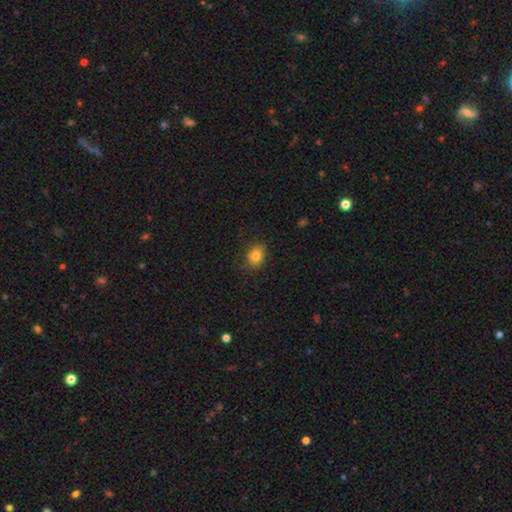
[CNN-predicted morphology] Smooth or featured?
  - smooth: 82% *
  - star or artifact: 11%
  - featured or disk: 7%
How rounded?
  - round: 57% *
  - in between: 42%
  - cigar-shaped: 1%
Merging?
  - none: 80% *
  - minor disturbance: 16%
  - major disturbance: 4%
  - merger: 1%